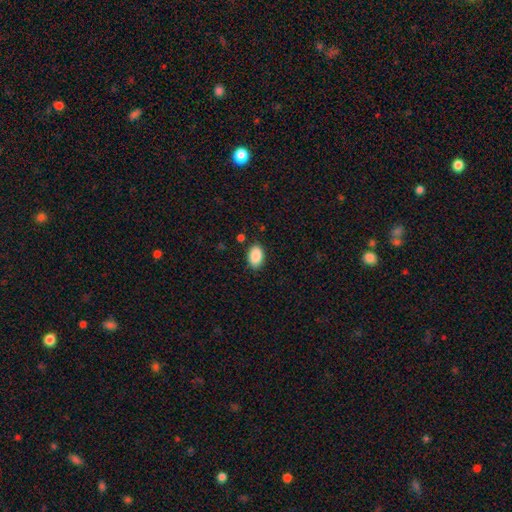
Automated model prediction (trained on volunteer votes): This is clearly a smooth galaxy (89%). How rounded: clearly in between (90%). Merging: clearly none (86%).